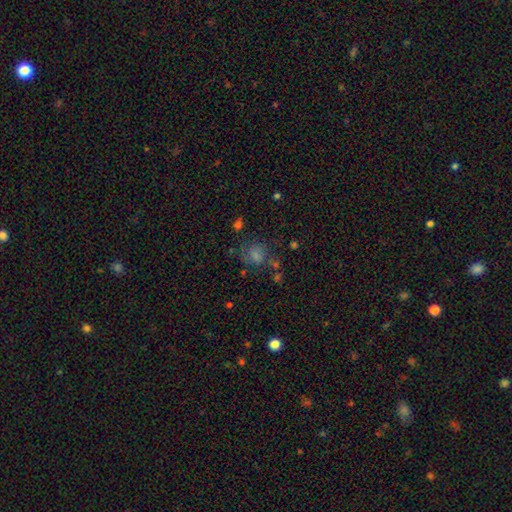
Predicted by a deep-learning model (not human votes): smooth_or_featured: smooth (p=0.45) [alt: star or artifact p=0.30]
merging: none (p=0.57) [alt: minor disturbance p=0.18]